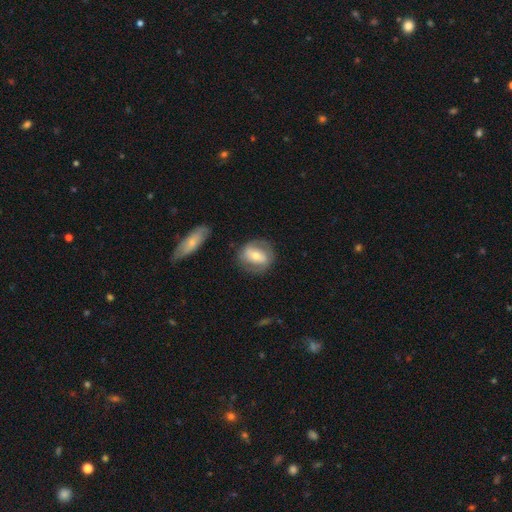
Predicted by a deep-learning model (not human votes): Smooth or featured: featured or disk — 57% (smooth — 36%)
Edge-on disk: no — 95% (yes — 5%)
Bar: strong — 38% (weak — 34%)
Spiral arms: yes — 70% (no — 30%)
Bulge size: moderate — 58% (small — 33%)
Merging: none — 77% (minor disturbance — 14%)